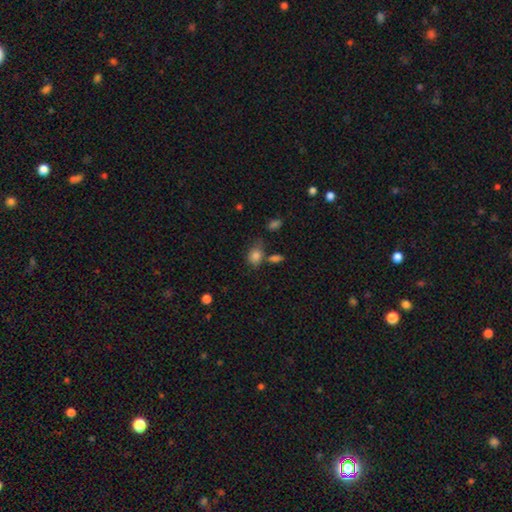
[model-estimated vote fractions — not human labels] Overall: smooth (82%). How rounded: in between (60%; round 39%). Merging: none (50%; minor disturbance 25%).